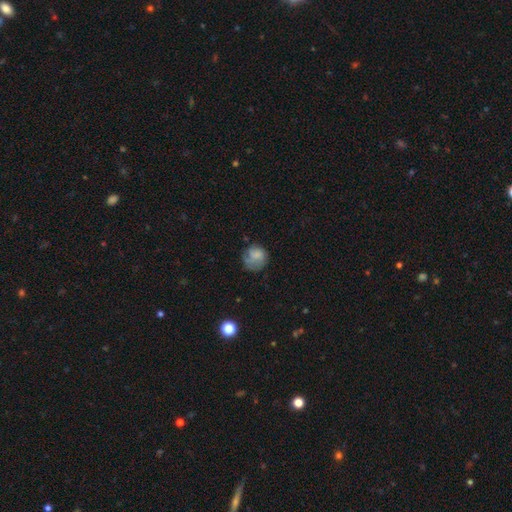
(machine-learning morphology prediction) Smooth or featured: smooth — 67% (featured or disk — 23%)
How rounded: round — 78% (in between — 21%)
Merging: none — 52% (minor disturbance — 27%)